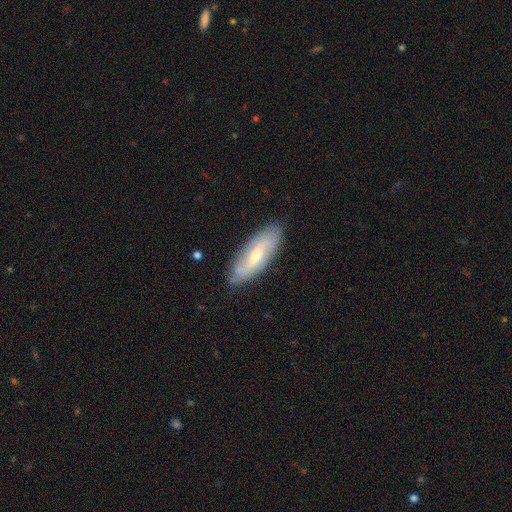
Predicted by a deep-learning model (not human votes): featured or disk 52%, smooth 42%, star or artifact 7%. Down the decision tree: edge-on disk — no (79%); merging — none (84%).